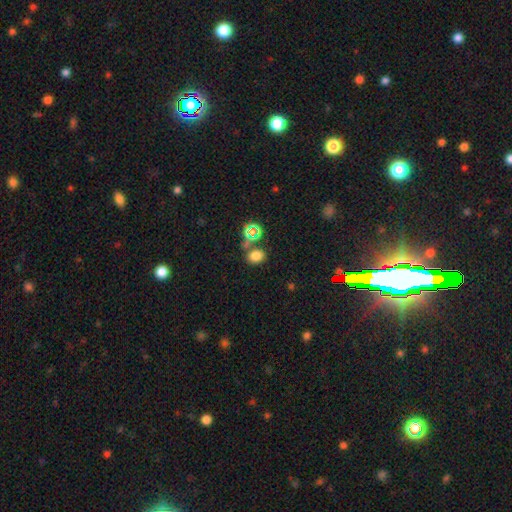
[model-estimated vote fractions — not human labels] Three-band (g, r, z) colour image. It shows a smooth galaxy with no disk features (70%) that is in between round and cigar-shaped (59%). Merging: none (69%).